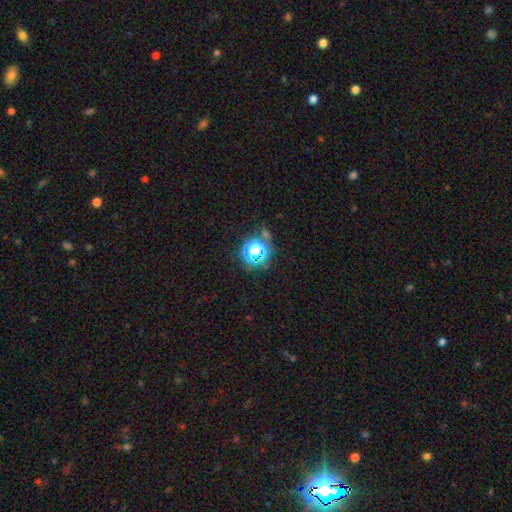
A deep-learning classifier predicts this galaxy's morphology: Smooth or featured? Predicted: star or artifact (p=0.53).